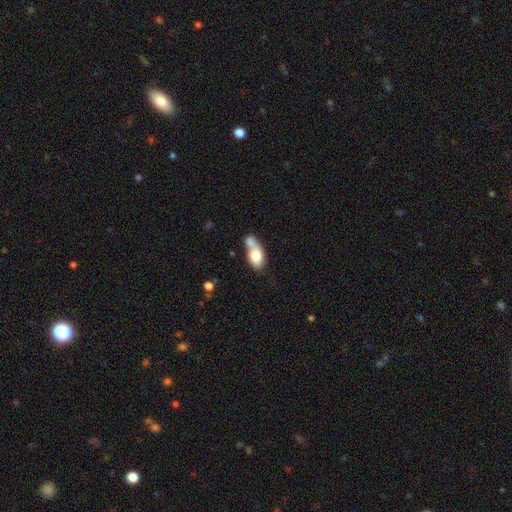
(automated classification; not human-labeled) This is likely a smooth galaxy (74%). How rounded: clearly in between (84%). Merging: possibly merger (57%).